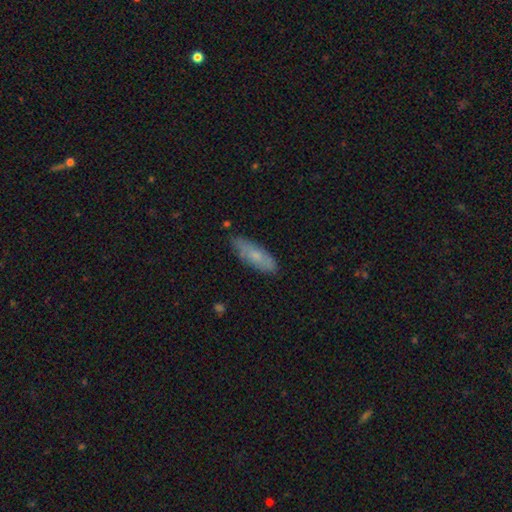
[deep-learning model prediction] Smooth or featured: smooth — 65% (featured or disk — 29%)
How rounded: in between — 56% (cigar-shaped — 41%)
Merging: none — 78% (minor disturbance — 18%)